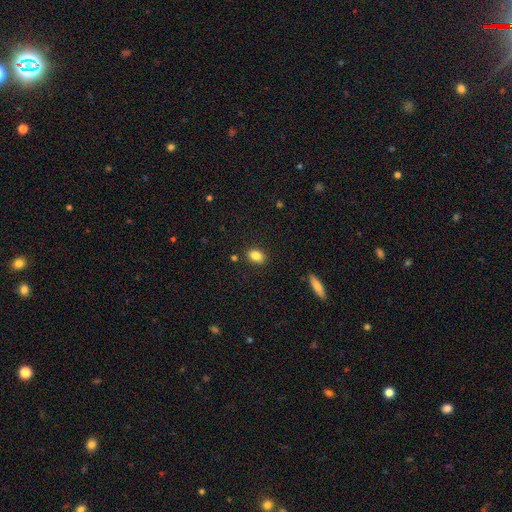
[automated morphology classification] This appears to be a smooth galaxy with no disk features (84%) that is in between round and cigar-shaped (76%). Merging: none (87%).